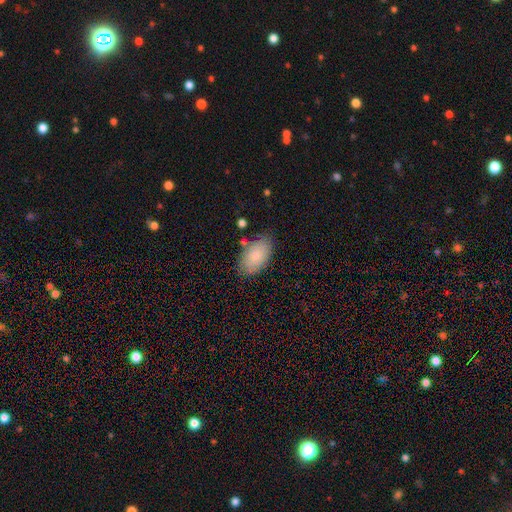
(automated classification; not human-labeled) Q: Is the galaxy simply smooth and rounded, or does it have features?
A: smooth — 83%.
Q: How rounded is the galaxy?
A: in between — 94%.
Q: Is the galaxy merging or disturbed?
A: none — 77%.